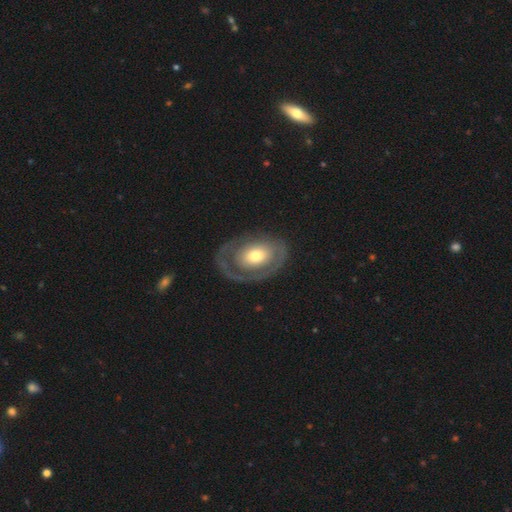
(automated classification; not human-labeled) A featured or disk galaxy (62%) with no bar (83%), no spiral arms (54%) and a moderate central bulge (62%). Merging: none (69%).